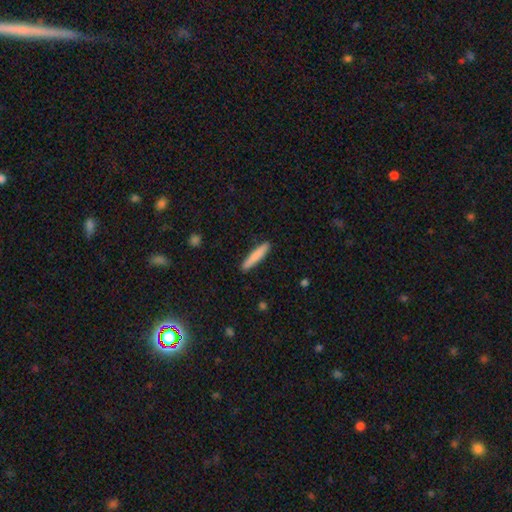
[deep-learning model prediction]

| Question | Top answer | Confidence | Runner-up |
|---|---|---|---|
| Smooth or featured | smooth | 83% | featured or disk (12%) |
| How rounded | cigar-shaped | 91% | in between (8%) |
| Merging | none | 90% | minor disturbance (8%) |